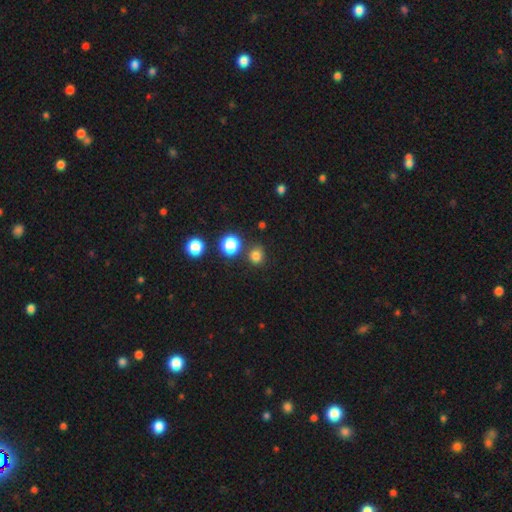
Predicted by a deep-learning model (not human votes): The model was most divided on "how rounded": round: 78%, in between: 21%, cigar-shaped: 1%. More confident: merging — none (80%); smooth or featured — smooth (78%).